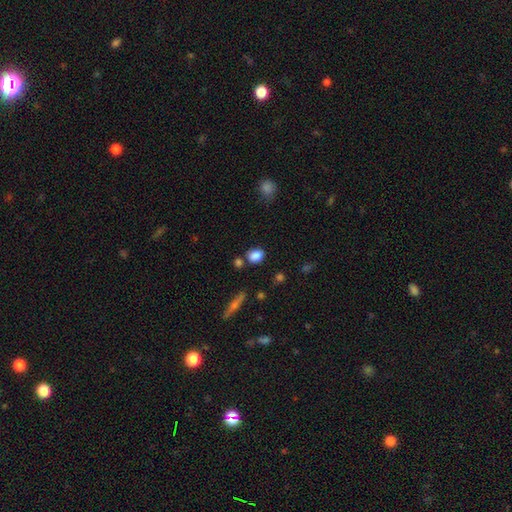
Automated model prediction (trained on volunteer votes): Smooth or featured? Predicted: smooth (p=0.84). How rounded? Predicted: in between (p=0.64). Merging? Predicted: none (p=0.71).